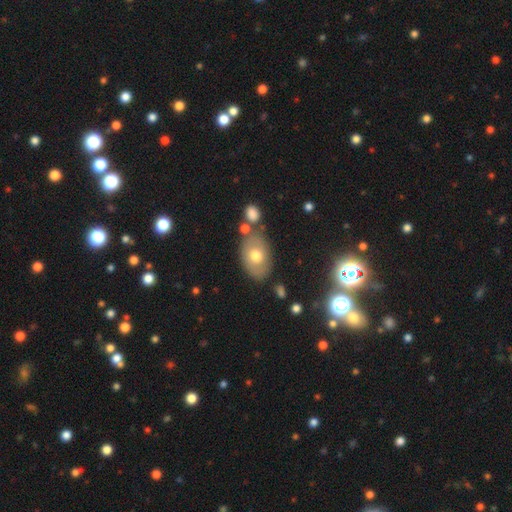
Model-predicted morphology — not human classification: A smooth galaxy with no disk features (65%) that is in between round and cigar-shaped (85%).

Vote fractions:
- Smooth or featured? smooth: 65% / featured or disk: 27% / star or artifact: 8%
- How rounded? in between: 85% / round: 14% / cigar-shaped: 1%
- Merging? none: 71% / minor disturbance: 15% / merger: 10% / major disturbance: 5%